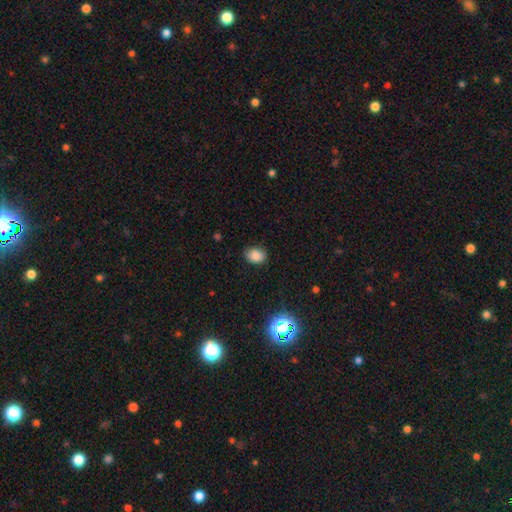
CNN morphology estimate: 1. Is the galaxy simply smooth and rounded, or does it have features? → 83% smooth, 12% star or artifact, 4% featured or disk.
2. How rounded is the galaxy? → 69% in between, 30% round, 1% cigar-shaped.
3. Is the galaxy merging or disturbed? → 83% none, 13% minor disturbance, 3% major disturbance, 1% merger.